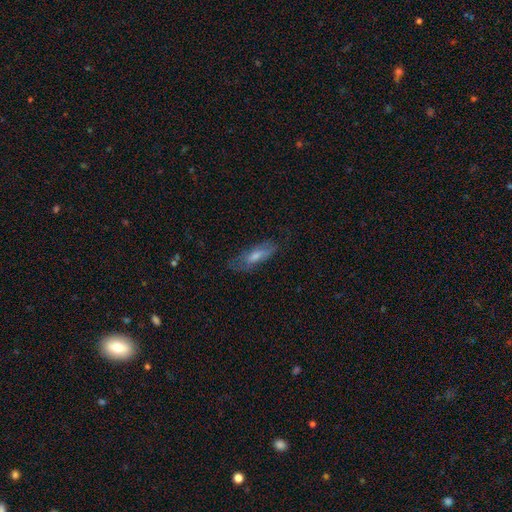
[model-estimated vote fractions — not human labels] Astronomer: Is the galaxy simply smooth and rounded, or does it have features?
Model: smooth — 47% (runner-up: featured or disk, 44%).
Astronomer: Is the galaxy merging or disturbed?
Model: none — 69%.